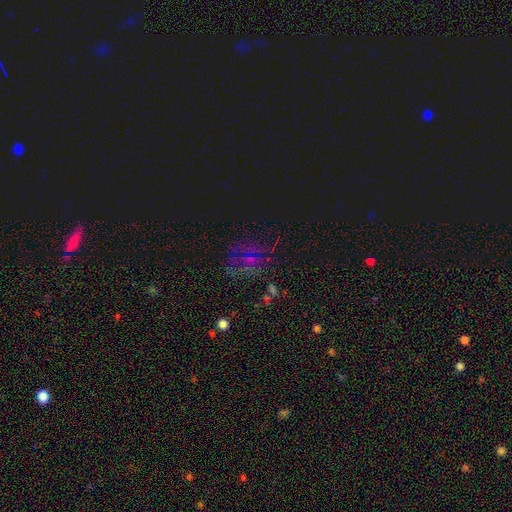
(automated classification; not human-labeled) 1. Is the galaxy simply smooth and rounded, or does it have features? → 58% star or artifact, 26% smooth, 15% featured or disk.